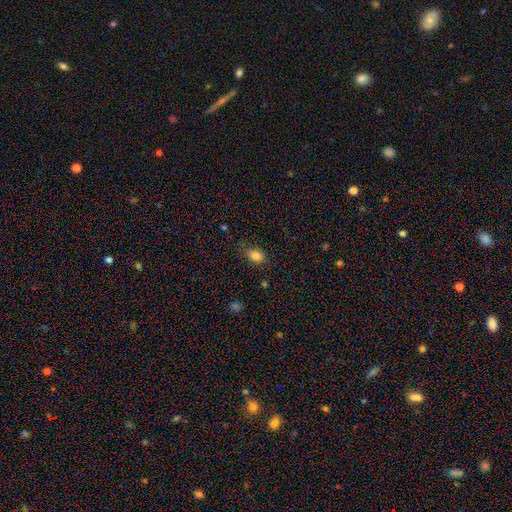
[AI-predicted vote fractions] The model was most divided on "how rounded": in between: 71%, round: 28%, cigar-shaped: 2%. More confident: smooth or featured — smooth (83%); merging — none (69%).